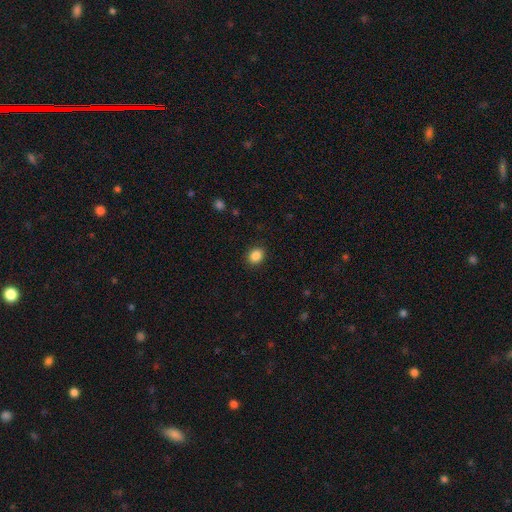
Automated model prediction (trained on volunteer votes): This is clearly a smooth galaxy (86%). How rounded: possibly round (58%). Merging: clearly none (90%).